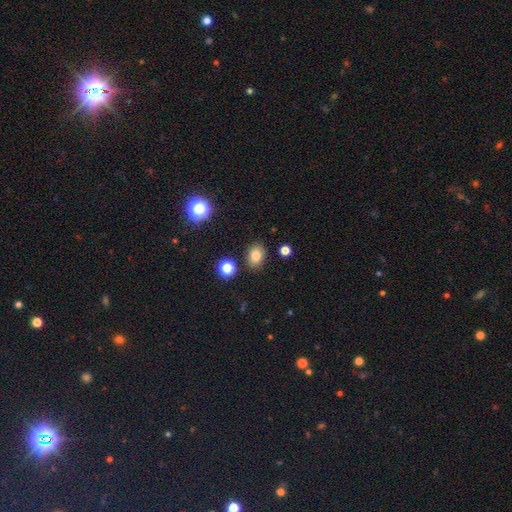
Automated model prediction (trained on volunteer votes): This appears to be a smooth galaxy with no disk features (80%) that is in between round and cigar-shaped (68%). Merging: none (84%).